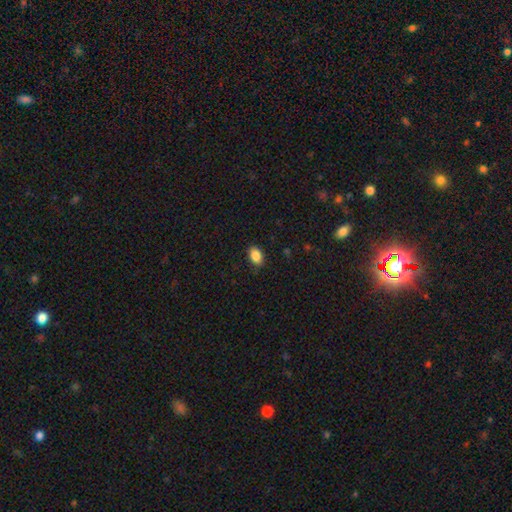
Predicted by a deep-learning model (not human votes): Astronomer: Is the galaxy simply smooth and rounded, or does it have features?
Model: smooth — 88%.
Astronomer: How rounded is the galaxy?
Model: in between — 86%.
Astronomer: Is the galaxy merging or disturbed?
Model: none — 85%.